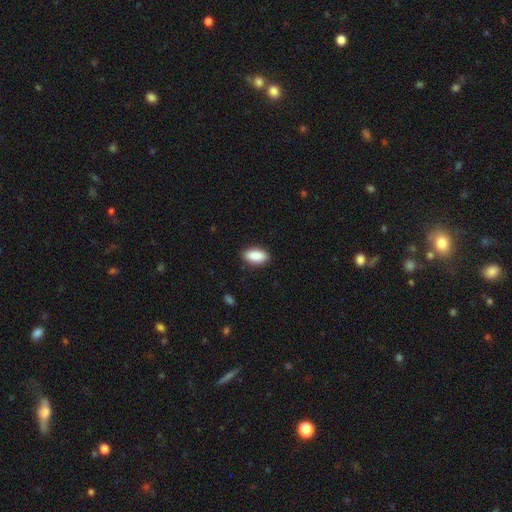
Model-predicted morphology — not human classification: A smooth galaxy with no disk features (89%) that is in between round and cigar-shaped (92%). Merging: none (89%).